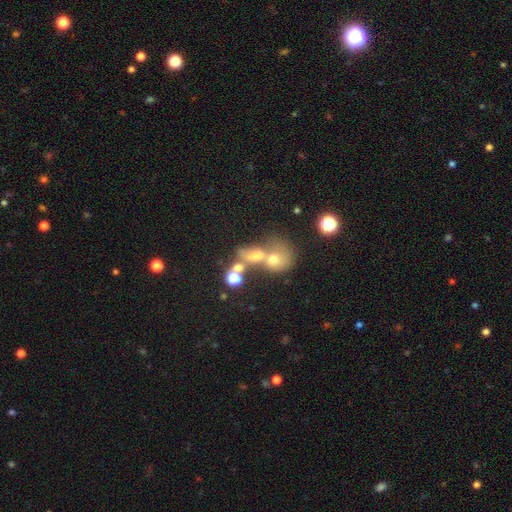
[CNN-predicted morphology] smooth 57%, featured or disk 26%, star or artifact 18%. Down the decision tree: how rounded — round (51%); merging — merger (67%).